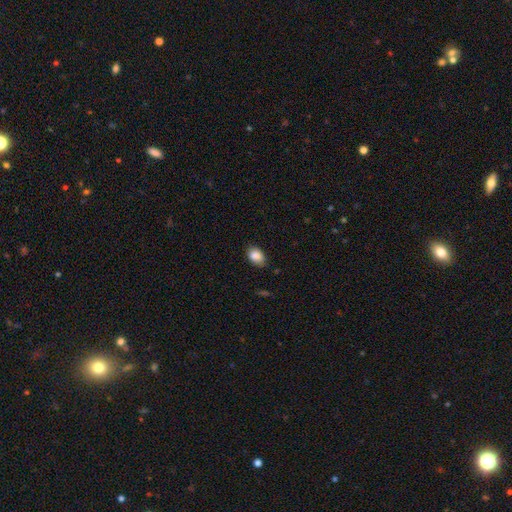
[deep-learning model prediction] smooth 87%, star or artifact 8%, featured or disk 5%. Down the decision tree: how rounded — in between (84%); merging — none (80%).